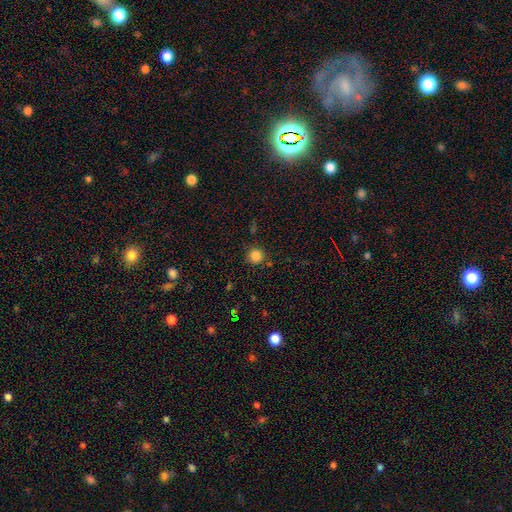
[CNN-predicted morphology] Smooth or featured?
  - smooth: 84% *
  - star or artifact: 12%
  - featured or disk: 4%
How rounded?
  - round: 93% *
  - in between: 6%
  - cigar-shaped: 1%
Merging?
  - none: 84% *
  - minor disturbance: 10%
  - merger: 3%
  - major disturbance: 3%